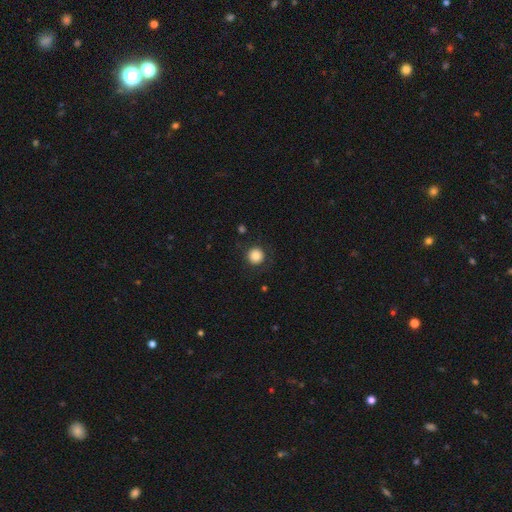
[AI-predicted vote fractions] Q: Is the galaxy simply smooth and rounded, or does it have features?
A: smooth — 85%.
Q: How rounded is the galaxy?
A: round — 96%.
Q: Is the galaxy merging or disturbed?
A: none — 88%.